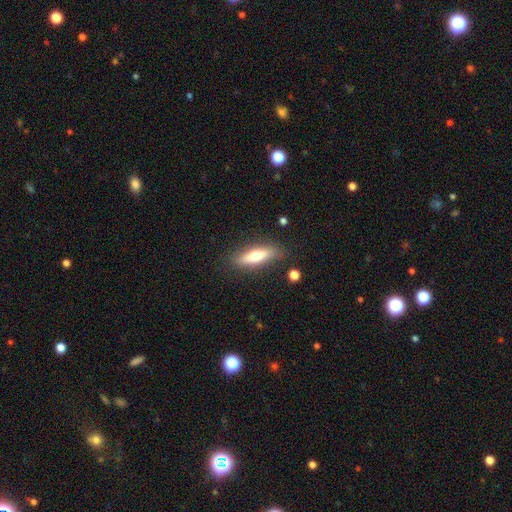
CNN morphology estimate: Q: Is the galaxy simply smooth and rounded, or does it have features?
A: smooth — 59%.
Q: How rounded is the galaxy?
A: cigar-shaped — 58%.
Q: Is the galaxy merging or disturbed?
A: none — 84%.